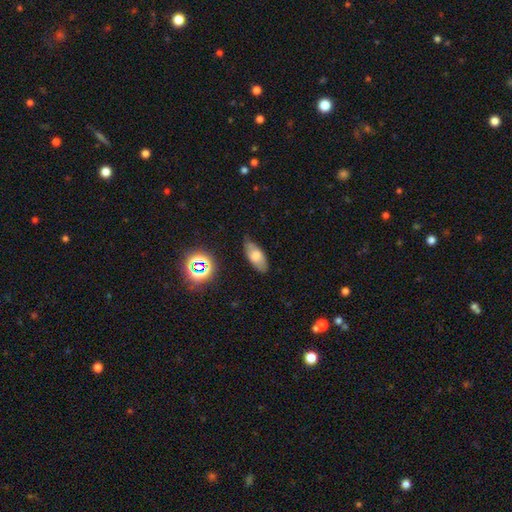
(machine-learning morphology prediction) Q: Smooth or featured?
A: smooth (69%); runner-up: featured or disk (20%)
Q: How rounded?
A: in between (86%); runner-up: cigar-shaped (10%)
Q: Merging?
A: none (76%); runner-up: minor disturbance (19%)